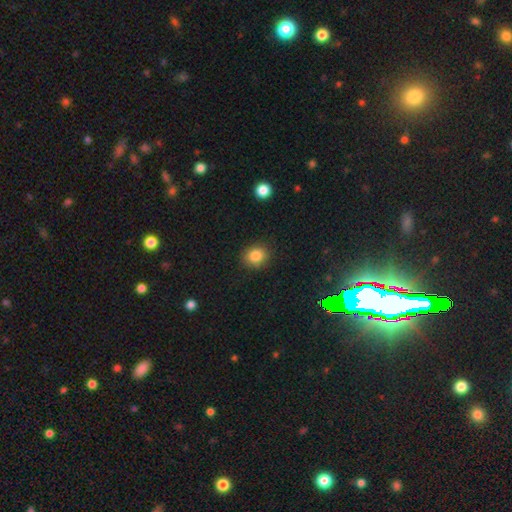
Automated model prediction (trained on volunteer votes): Smooth or featured?
  - smooth: 85% *
  - star or artifact: 10%
  - featured or disk: 5%
How rounded?
  - round: 70% *
  - in between: 29%
  - cigar-shaped: 1%
Merging?
  - none: 87% *
  - minor disturbance: 9%
  - major disturbance: 3%
  - merger: 1%